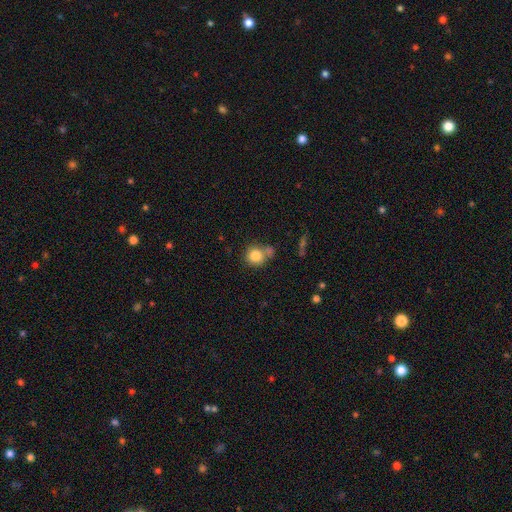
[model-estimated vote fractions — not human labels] This appears to be a smooth galaxy with no disk features (83%) that is round (86%). Merging: none (56%).